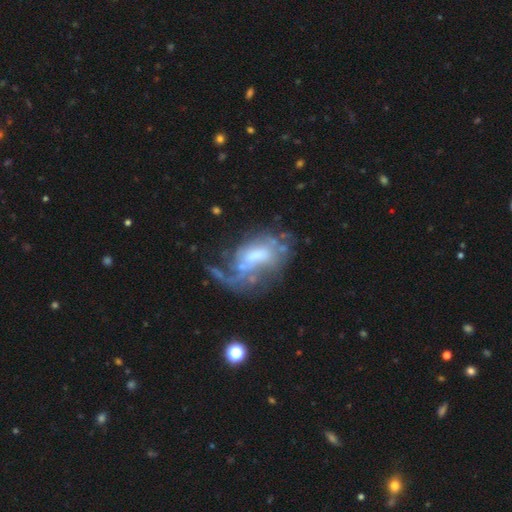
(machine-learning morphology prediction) Q: Smooth or featured?
A: featured or disk (71%); runner-up: smooth (19%)
Q: Edge-on disk?
A: no (96%); runner-up: yes (4%)
Q: Bar?
A: no (46%); runner-up: weak (39%)
Q: Spiral arms?
A: yes (66%); runner-up: no (34%)
Q: Bulge size?
A: moderate (38%); runner-up: small (22%)
Q: Merging?
A: major disturbance (40%); runner-up: none (32%)